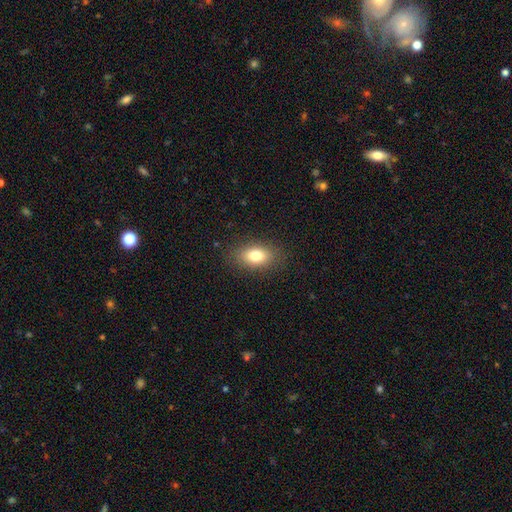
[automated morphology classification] Smooth or featured? Predicted: smooth (p=0.79). How rounded? Predicted: in between (p=0.86). Merging? Predicted: none (p=0.86).